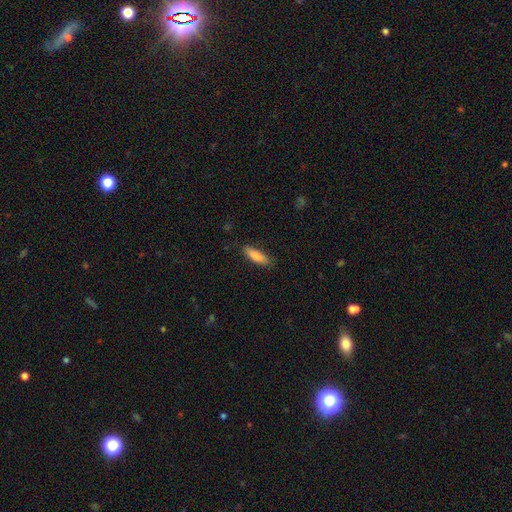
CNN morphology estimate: Smooth or featured: smooth — 79% (featured or disk — 15%)
How rounded: cigar-shaped — 59% (in between — 39%)
Merging: none — 85% (minor disturbance — 12%)